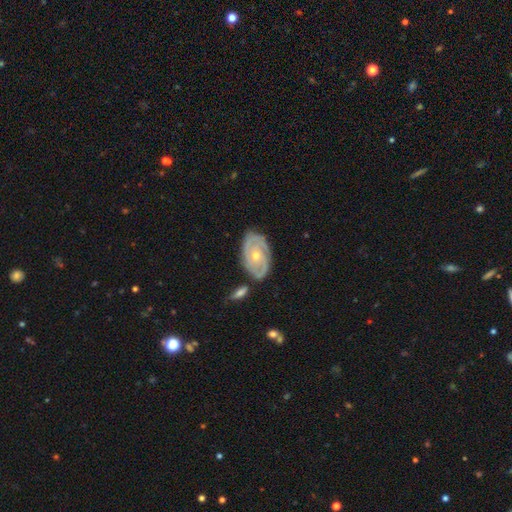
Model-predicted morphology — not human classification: This appears to be a featured or disk galaxy (82%) with no bar (74%), 2 (46%) tight (71%) spiral arms (91%) and a small central bulge (49%). Merging: none (75%).